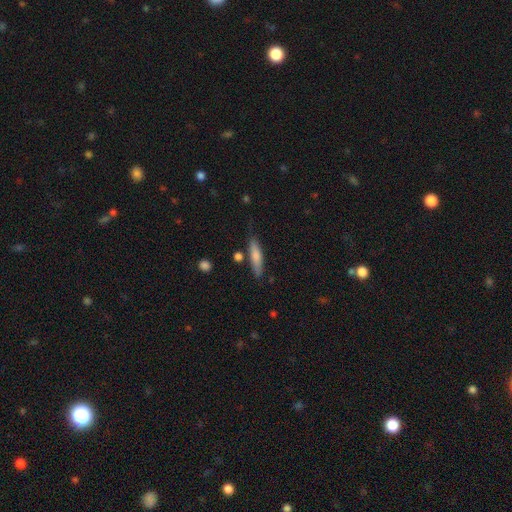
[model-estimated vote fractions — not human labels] This is likely a smooth galaxy (72%). How rounded: likely cigar-shaped (78%). Merging: likely none (75%).